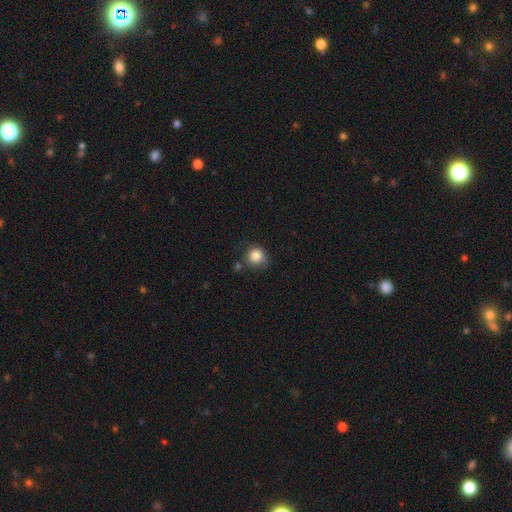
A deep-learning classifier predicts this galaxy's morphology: type=smooth (85%); roundness=round (87%); merging=none (68%).